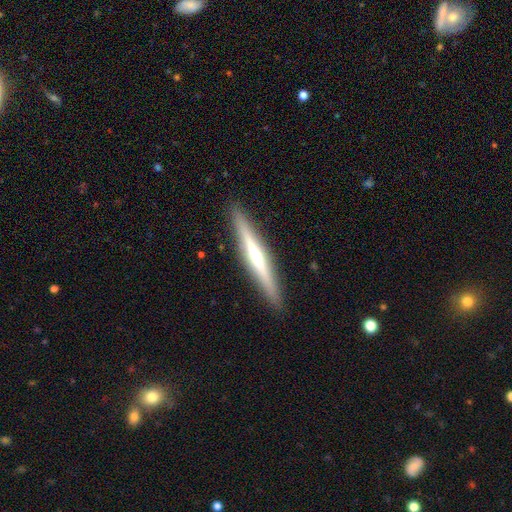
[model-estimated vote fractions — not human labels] smooth-or-featured: featured or disk: 61% | smooth: 33% | star or artifact: 6%
  disk-edge-on: yes: 97% | no: 3%
    edge-on-bulge: rounded: 47% | none: 42% | boxy: 11%
  merging: none: 91% | minor disturbance: 7% | major disturbance: 2% | merger: 1%